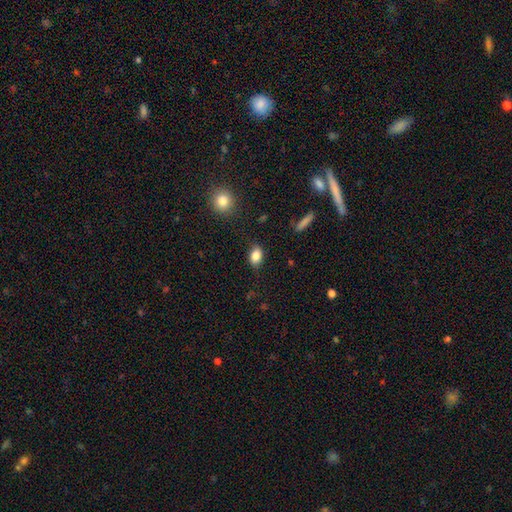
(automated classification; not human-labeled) Smooth or featured: smooth — 83% (star or artifact — 9%)
How rounded: in between — 81% (round — 16%)
Merging: none — 81% (minor disturbance — 15%)